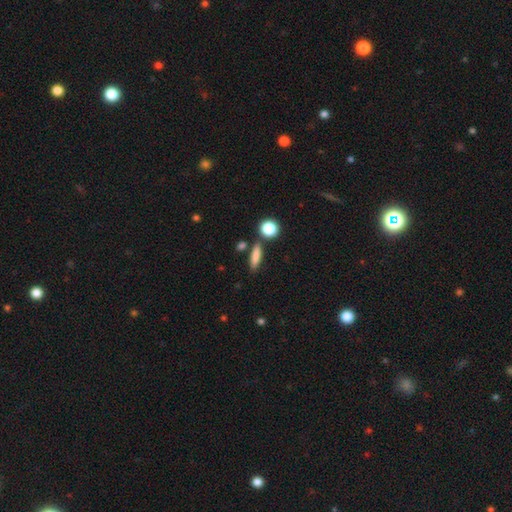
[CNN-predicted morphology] smooth_or_featured: smooth (p=0.82) [alt: featured or disk p=0.10]
how_rounded: cigar-shaped (p=0.60) [alt: in between p=0.31]
merging: none (p=0.78) [alt: minor disturbance p=0.11]